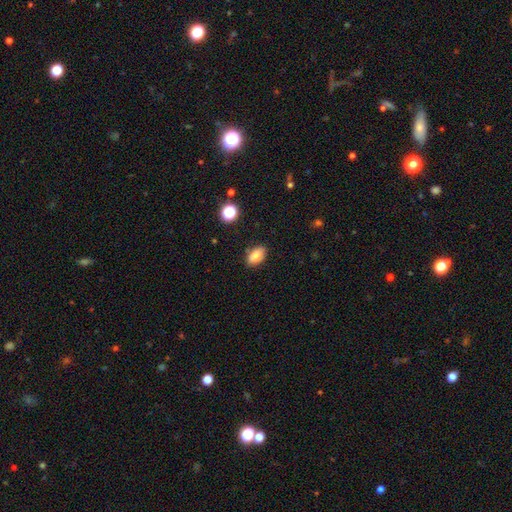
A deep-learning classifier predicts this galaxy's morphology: Overall: smooth (82%). How rounded: in between (90%). Merging: none (84%).